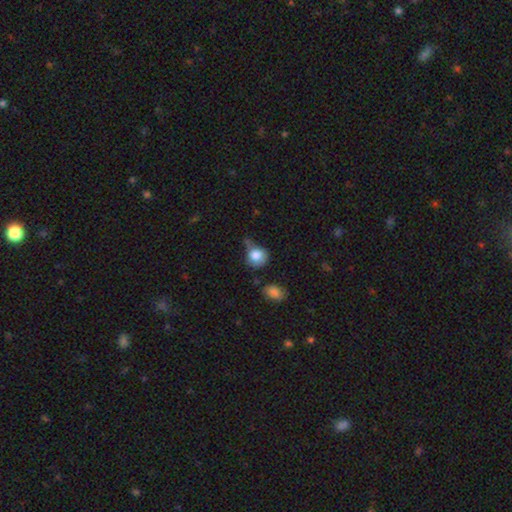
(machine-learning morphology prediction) A smooth galaxy with no disk features (81%) that is round (77%).

Vote fractions:
- Smooth or featured? smooth: 81% / featured or disk: 10% / star or artifact: 9%
- How rounded? round: 77% / in between: 22% / cigar-shaped: 1%
- Merging? none: 42% / minor disturbance: 31% / major disturbance: 15% / merger: 13%